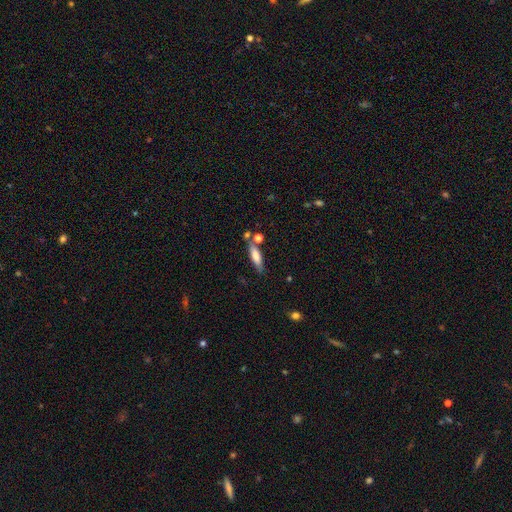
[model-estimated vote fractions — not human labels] Smooth or featured? Predicted: smooth (p=0.69). How rounded? Predicted: cigar-shaped (p=0.68). Merging? Predicted: none (p=0.68).